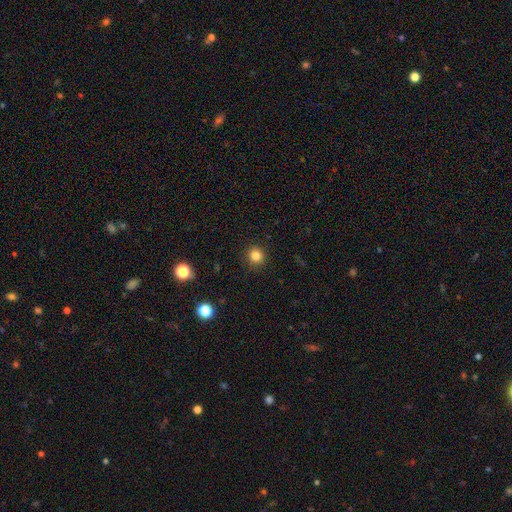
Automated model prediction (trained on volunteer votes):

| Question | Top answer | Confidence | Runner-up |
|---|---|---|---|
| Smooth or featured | smooth | 83% | star or artifact (13%) |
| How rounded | round | 92% | in between (7%) |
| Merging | none | 91% | minor disturbance (6%) |